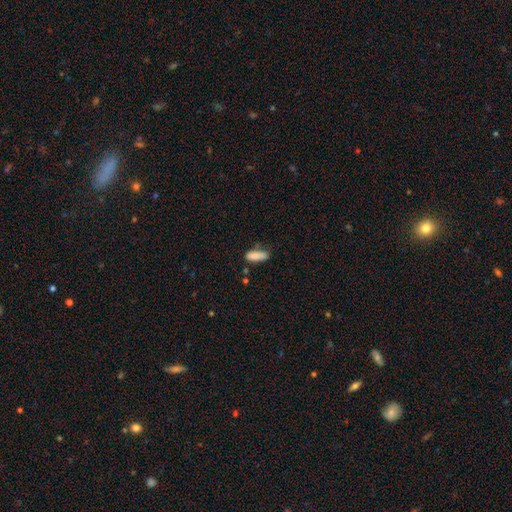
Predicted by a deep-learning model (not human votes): The model was most divided on "how rounded": in between: 64%, cigar-shaped: 34%, round: 2%. More confident: smooth or featured — smooth (87%); merging — none (67%).